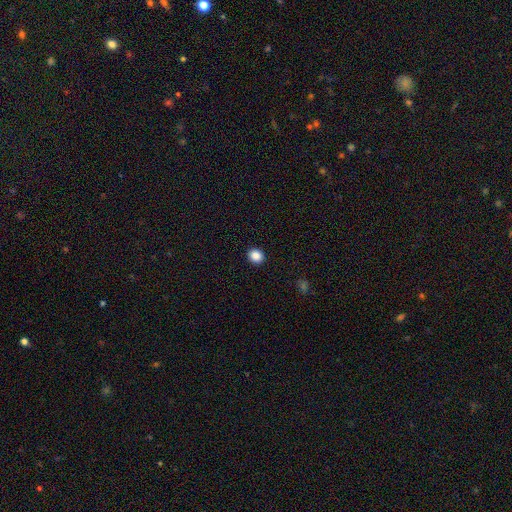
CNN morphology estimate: A smooth galaxy with no disk features (88%) that is round (72%). Merging: none (92%).